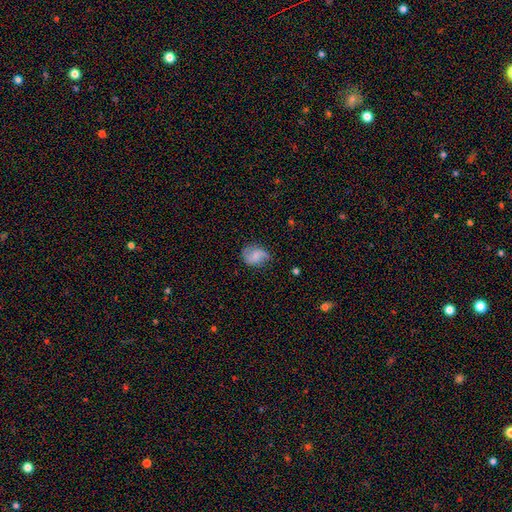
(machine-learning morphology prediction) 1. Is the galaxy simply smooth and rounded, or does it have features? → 49% featured or disk, 42% smooth, 9% star or artifact.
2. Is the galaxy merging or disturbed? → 69% none, 22% minor disturbance, 8% major disturbance, 2% merger.